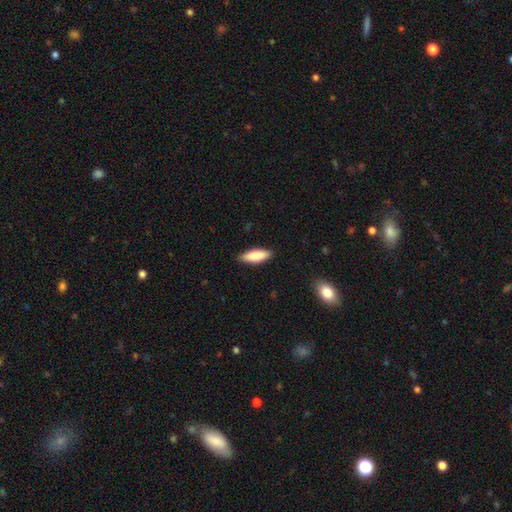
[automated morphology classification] This is clearly a smooth galaxy (82%). How rounded: possibly in between (55%). Merging: clearly none (86%).